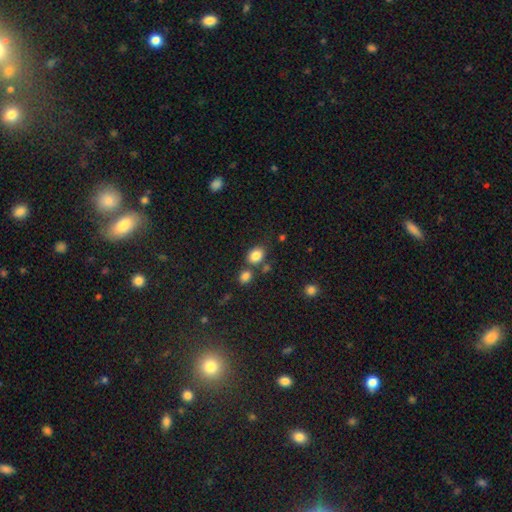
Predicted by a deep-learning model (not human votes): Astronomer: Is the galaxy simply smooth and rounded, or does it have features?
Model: smooth — 84%.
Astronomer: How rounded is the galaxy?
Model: in between — 61% (runner-up: round, 37%).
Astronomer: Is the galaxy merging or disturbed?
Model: none — 65%.